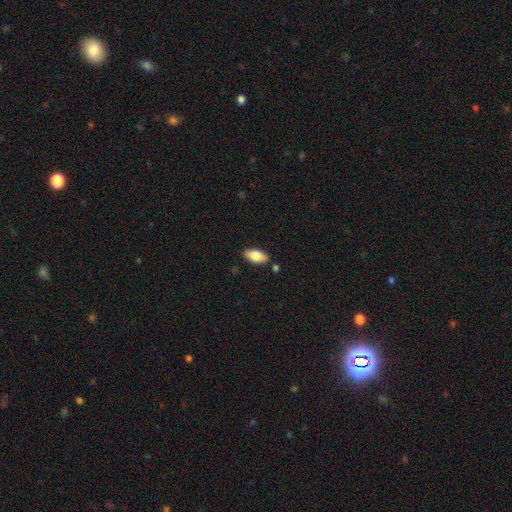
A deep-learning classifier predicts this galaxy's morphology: smooth 78%, featured or disk 16%, star or artifact 6%. Down the decision tree: how rounded — in between (89%); merging — none (84%).